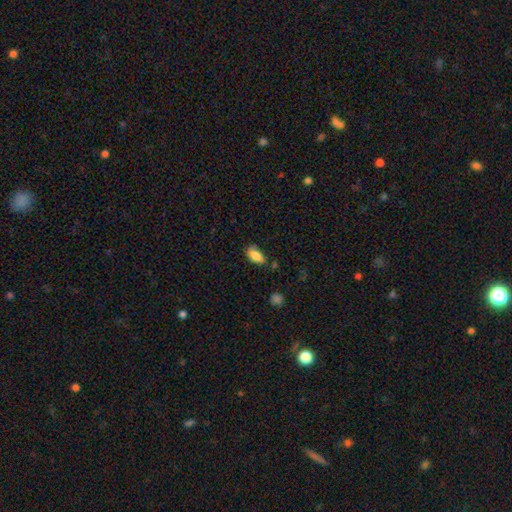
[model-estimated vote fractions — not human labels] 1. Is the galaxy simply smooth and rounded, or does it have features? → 86% smooth, 8% star or artifact, 6% featured or disk.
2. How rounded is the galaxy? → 91% in between, 7% cigar-shaped, 3% round.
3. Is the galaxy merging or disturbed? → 67% none, 25% minor disturbance, 5% major disturbance, 4% merger.